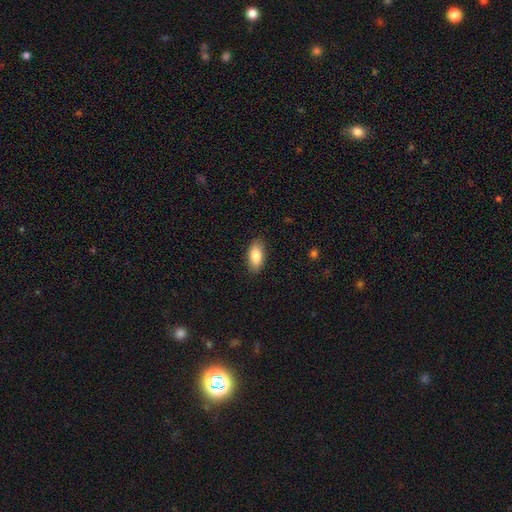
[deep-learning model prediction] smooth_or_featured: smooth (p=0.84) [alt: featured or disk p=0.09]
how_rounded: in between (p=0.91) [alt: cigar-shaped p=0.06]
merging: none (p=0.86) [alt: minor disturbance p=0.10]